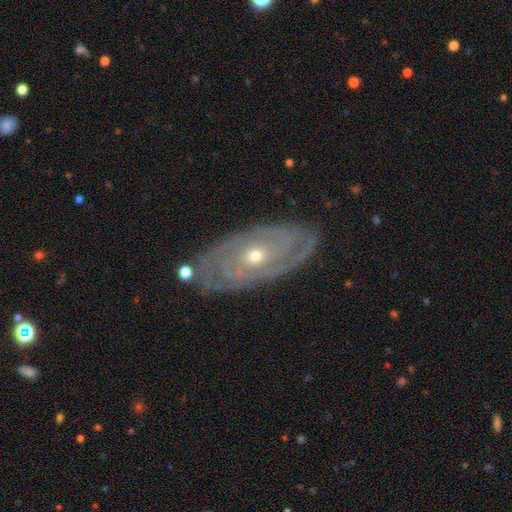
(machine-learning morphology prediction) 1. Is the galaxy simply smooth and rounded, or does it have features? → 86% featured or disk, 8% smooth, 6% star or artifact.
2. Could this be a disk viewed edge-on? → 92% no, 8% yes.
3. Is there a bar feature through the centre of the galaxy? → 75% no, 18% weak, 6% strong.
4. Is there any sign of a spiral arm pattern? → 93% yes, 7% no.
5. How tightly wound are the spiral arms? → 81% tight, 16% medium, 4% loose.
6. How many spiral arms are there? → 36% can't tell, 28% 2, 16% 3, 9% 4, 6% more than 4, 5% 1.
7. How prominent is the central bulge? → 53% small, 45% moderate, 1% large, 1% none, 1% dominant.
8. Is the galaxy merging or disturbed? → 81% none, 13% minor disturbance, 3% major disturbance, 2% merger.